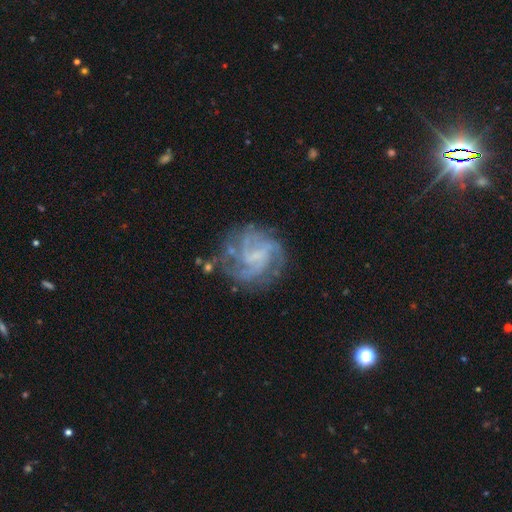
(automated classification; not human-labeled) This appears to be a featured or disk galaxy (83%) with a weak bar (49%), 3 (29%) medium (44%) spiral arms (92%) and no central bulge (44%). Merging: none (66%).